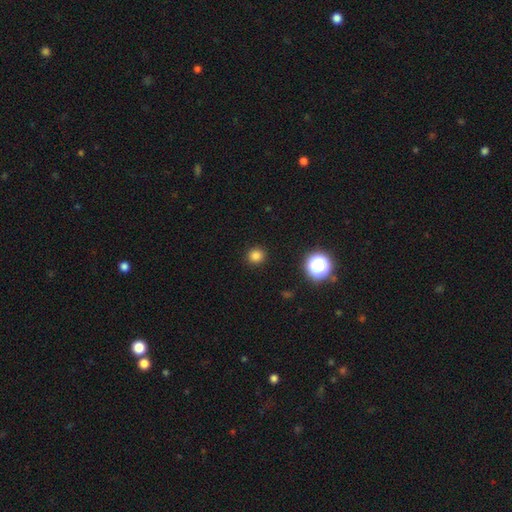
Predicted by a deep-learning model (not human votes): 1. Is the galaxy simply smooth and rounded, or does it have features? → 81% smooth, 15% star or artifact, 4% featured or disk.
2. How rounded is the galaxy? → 91% round, 8% in between, 1% cigar-shaped.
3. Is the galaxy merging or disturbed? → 92% none, 5% minor disturbance, 2% major disturbance, 1% merger.